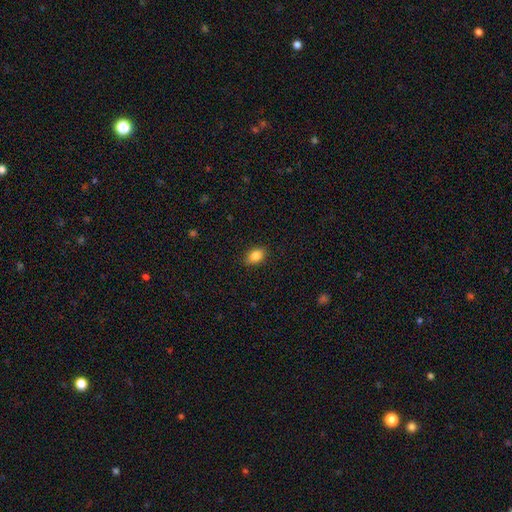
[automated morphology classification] This is clearly a smooth galaxy (85%). How rounded: likely in between (74%). Merging: clearly none (86%).